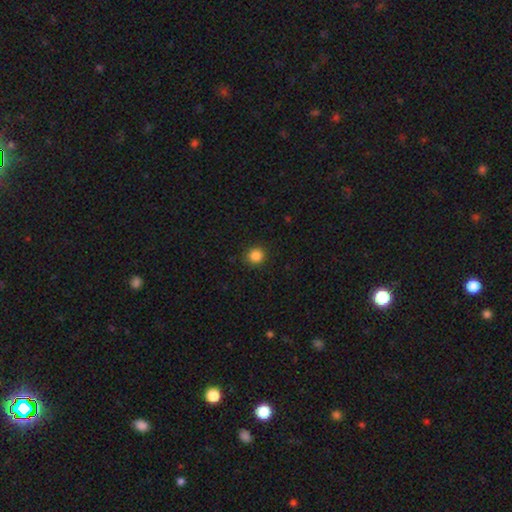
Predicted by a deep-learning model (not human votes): smooth 86%, star or artifact 11%, featured or disk 3%. Down the decision tree: how rounded — round (92%); merging — none (91%).